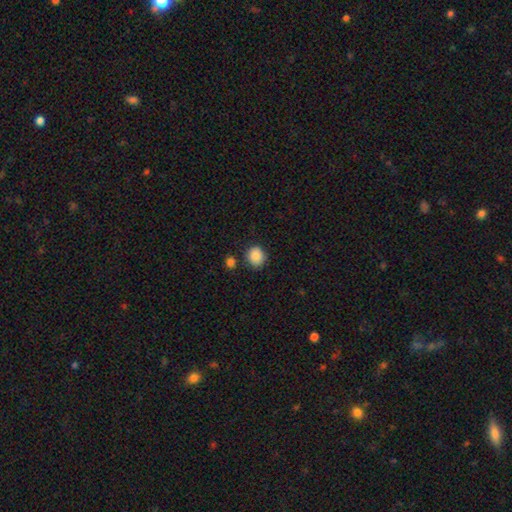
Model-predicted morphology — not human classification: Smooth or featured: smooth — 88% (star or artifact — 9%)
How rounded: round — 76% (in between — 23%)
Merging: none — 78% (minor disturbance — 13%)